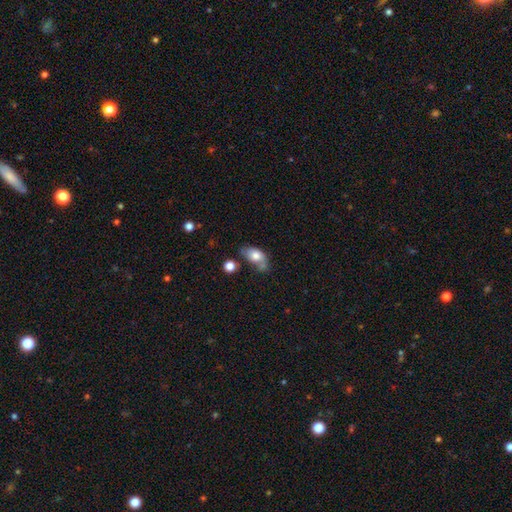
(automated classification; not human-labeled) A smooth galaxy with no disk features (74%) that is in between round and cigar-shaped (86%). Merging: none (44%).